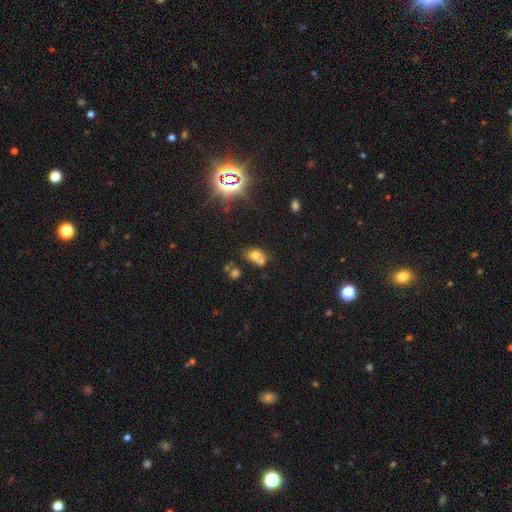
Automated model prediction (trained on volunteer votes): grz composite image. It shows a smooth galaxy with no disk features (63%) that is in between round and cigar-shaped (63%). Merging: merger (47%).